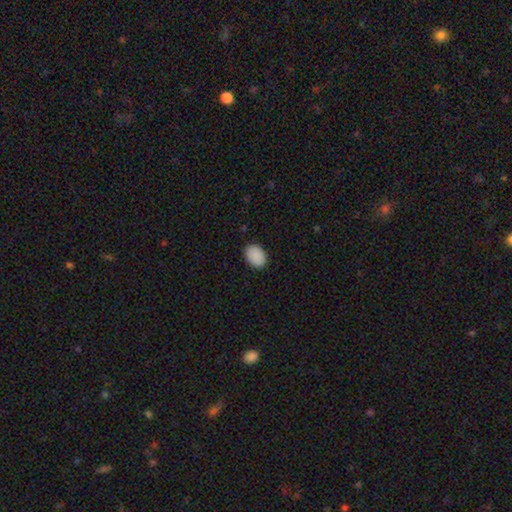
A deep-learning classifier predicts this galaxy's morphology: Q: Smooth or featured?
A: smooth (90%); runner-up: star or artifact (7%)
Q: How rounded?
A: in between (72%); runner-up: round (27%)
Q: Merging?
A: none (89%); runner-up: minor disturbance (8%)